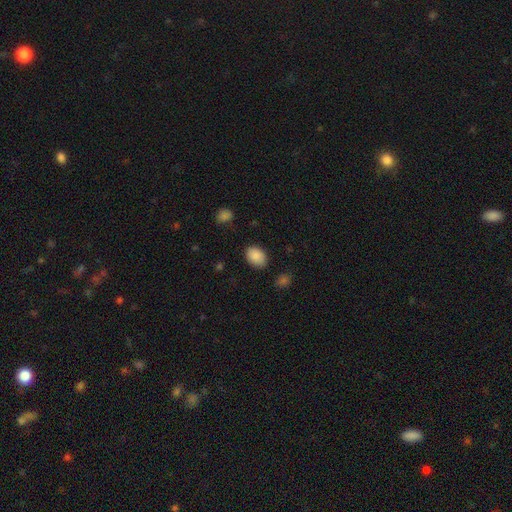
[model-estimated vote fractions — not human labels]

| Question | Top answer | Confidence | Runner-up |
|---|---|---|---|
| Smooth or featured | smooth | 88% | star or artifact (7%) |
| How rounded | in between | 74% | round (25%) |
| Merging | none | 83% | minor disturbance (13%) |